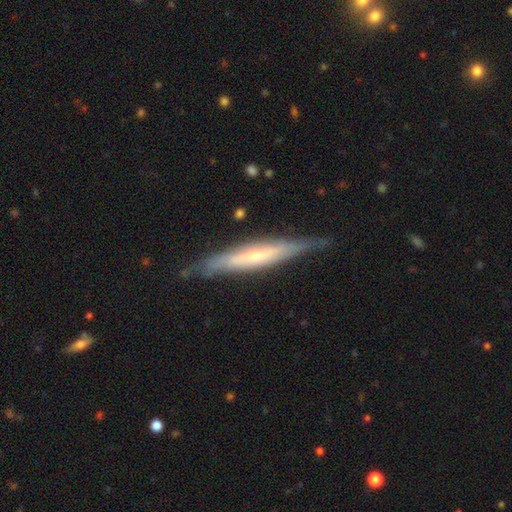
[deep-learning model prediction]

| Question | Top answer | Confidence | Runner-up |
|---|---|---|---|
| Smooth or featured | featured or disk | 63% | smooth (32%) |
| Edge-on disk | yes | 85% | no (15%) |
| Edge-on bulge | none | 44% | rounded (43%) |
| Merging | none | 77% | minor disturbance (18%) |